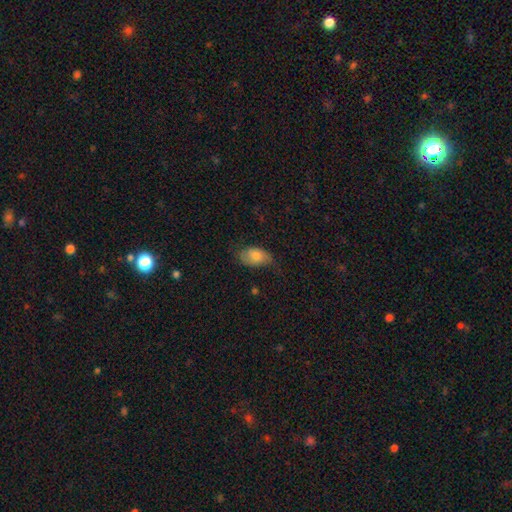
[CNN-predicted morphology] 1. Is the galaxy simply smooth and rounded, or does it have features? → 76% smooth, 17% featured or disk, 7% star or artifact.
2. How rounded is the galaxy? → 91% in between, 7% round, 2% cigar-shaped.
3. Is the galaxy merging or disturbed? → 56% none, 32% minor disturbance, 11% major disturbance, 1% merger.